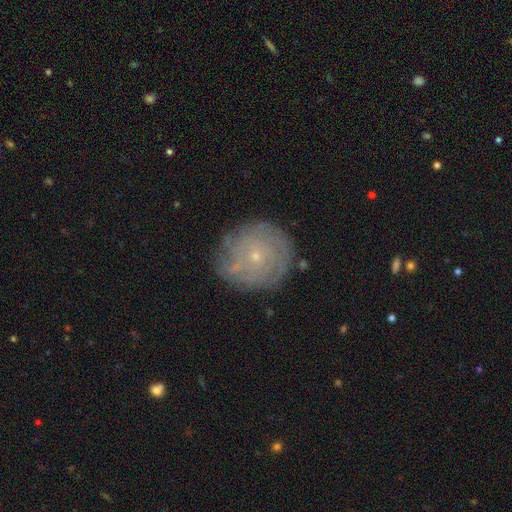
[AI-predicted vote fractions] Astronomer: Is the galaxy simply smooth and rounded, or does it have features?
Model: featured or disk — 64%.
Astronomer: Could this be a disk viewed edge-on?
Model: no — 97%.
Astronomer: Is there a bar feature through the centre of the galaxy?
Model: no — 84%.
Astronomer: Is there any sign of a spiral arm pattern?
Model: yes — 83%.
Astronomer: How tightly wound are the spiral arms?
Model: tight — 77%.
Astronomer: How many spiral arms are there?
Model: can't tell — 51%.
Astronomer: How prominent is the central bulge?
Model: small — 86%.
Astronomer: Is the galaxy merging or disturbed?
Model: none — 81%.